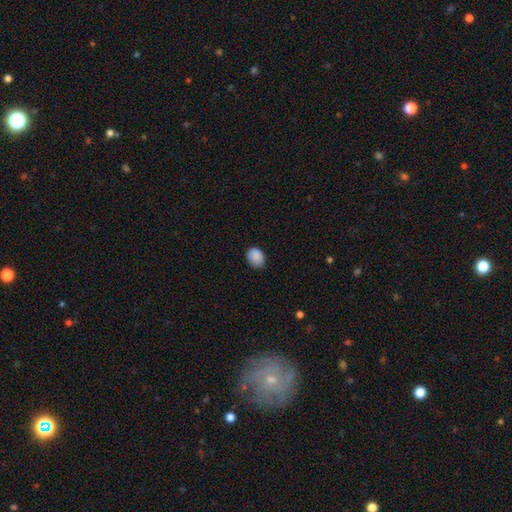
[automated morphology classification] Smooth or featured? Predicted: smooth (p=0.88). How rounded? Predicted: in between (p=0.56). Merging? Predicted: none (p=0.76).